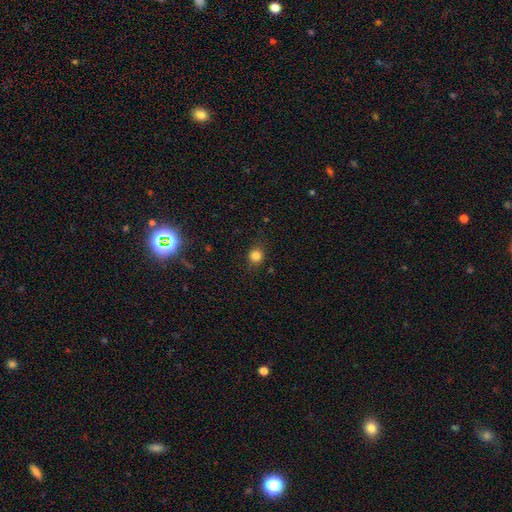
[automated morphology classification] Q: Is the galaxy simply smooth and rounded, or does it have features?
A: smooth — 83%.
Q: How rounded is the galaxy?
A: round — 88%.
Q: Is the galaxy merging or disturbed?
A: none — 85%.